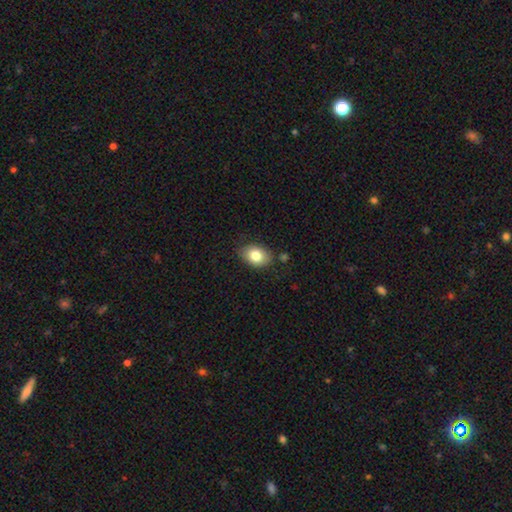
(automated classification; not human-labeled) Smooth or featured?
  - smooth: 80% *
  - featured or disk: 11%
  - star or artifact: 9%
How rounded?
  - in between: 75% *
  - round: 24%
  - cigar-shaped: 1%
Merging?
  - none: 80% *
  - minor disturbance: 14%
  - major disturbance: 3%
  - merger: 3%